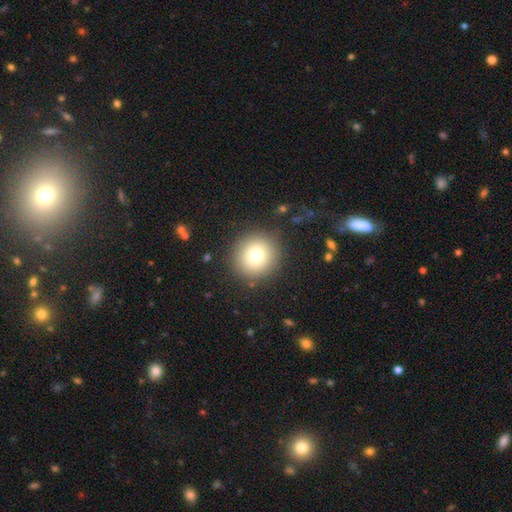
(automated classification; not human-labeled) Overall: smooth (77%). How rounded: round (92%). Merging: none (88%).